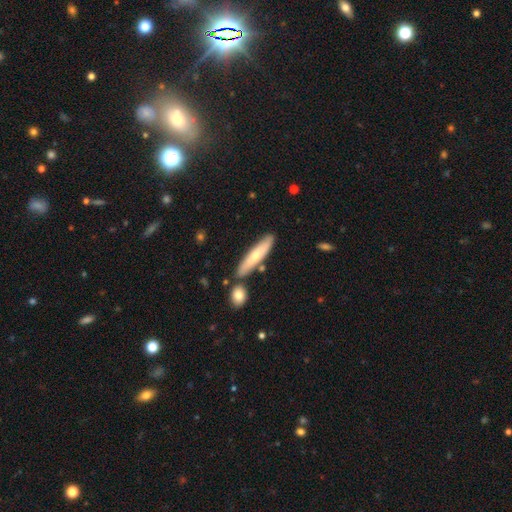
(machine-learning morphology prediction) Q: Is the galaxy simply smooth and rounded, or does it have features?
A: smooth — 62%.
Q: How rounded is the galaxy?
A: cigar-shaped — 83%.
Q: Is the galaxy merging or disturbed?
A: none — 79%.